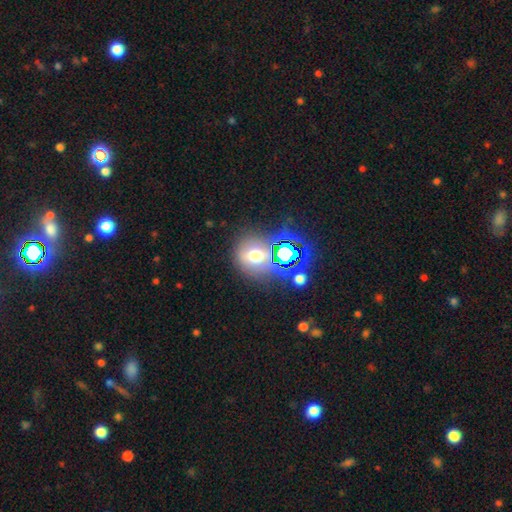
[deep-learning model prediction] Overall: smooth (53%; star or artifact 30%). How rounded: round (75%). Merging: none (67%).